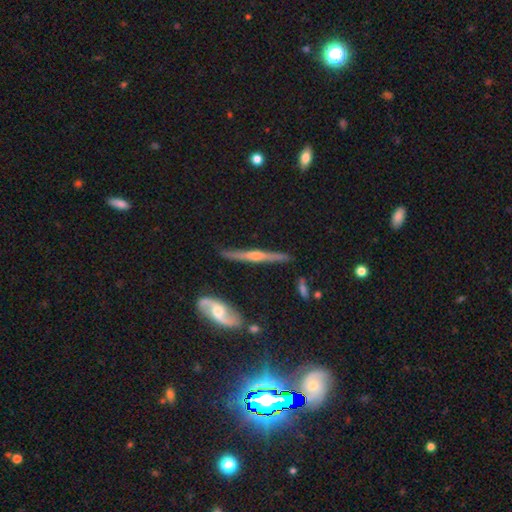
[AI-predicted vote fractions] Smooth or featured? featured or disk (81%)
Edge-on disk? yes (97%)
Edge-on bulge? rounded (85%)
Merging? none (86%)